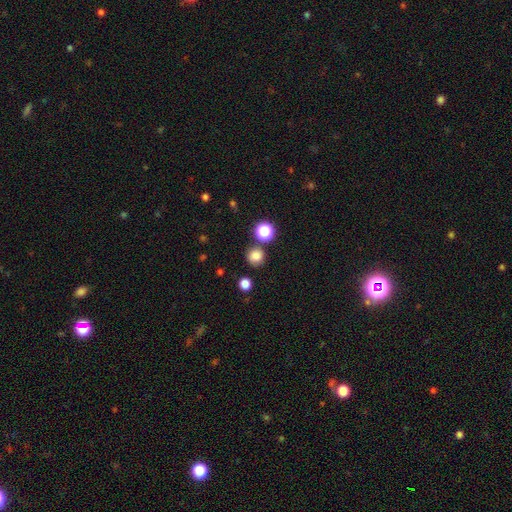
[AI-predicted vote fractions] This appears to be a smooth galaxy with no disk features (81%) that is round (92%). Merging: none (82%).